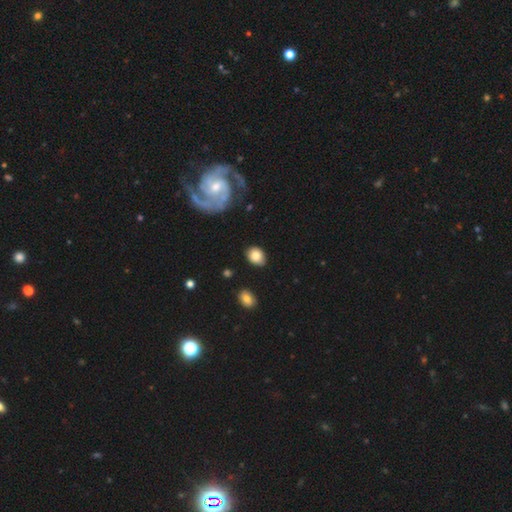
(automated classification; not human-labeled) This is likely a smooth galaxy (80%). How rounded: likely in between (60%). Merging: likely none (77%).